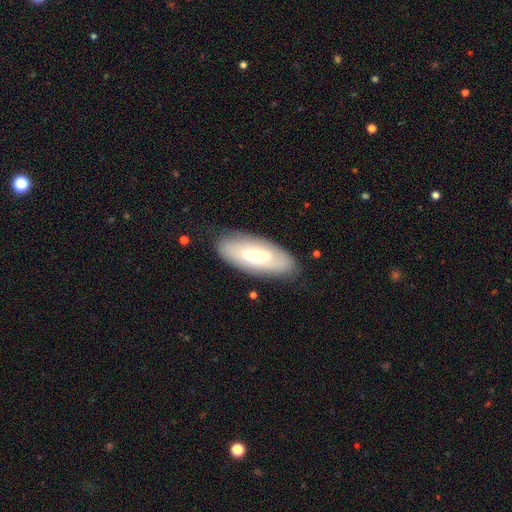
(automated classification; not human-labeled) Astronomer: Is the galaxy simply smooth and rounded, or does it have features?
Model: smooth — 47% (runner-up: featured or disk, 46%).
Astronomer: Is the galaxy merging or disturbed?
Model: none — 82%.